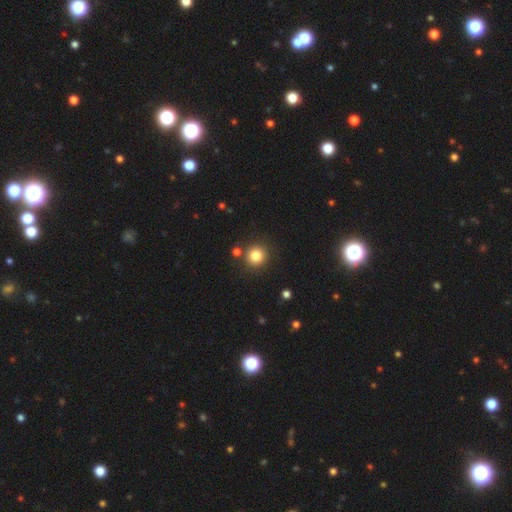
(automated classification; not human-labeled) smooth 82%, star or artifact 12%, featured or disk 6%. Down the decision tree: how rounded — round (92%); merging — none (84%).